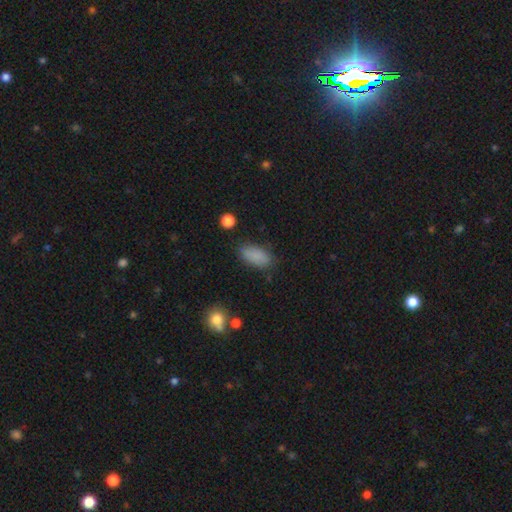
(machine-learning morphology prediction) The model was most divided on "merging": none: 78%, minor disturbance: 15%, major disturbance: 4%, merger: 2%. More confident: how rounded — in between (91%); smooth or featured — smooth (85%).